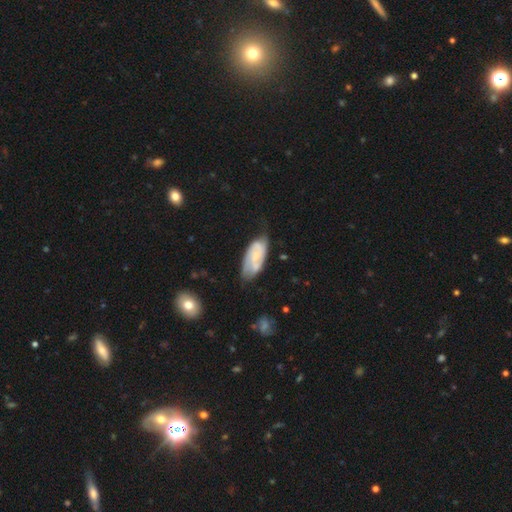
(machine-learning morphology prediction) This appears to be a featured or disk galaxy (60%) with no bar (60%), spiral arms (81%) and a small central bulge (60%). Merging: none (53%).